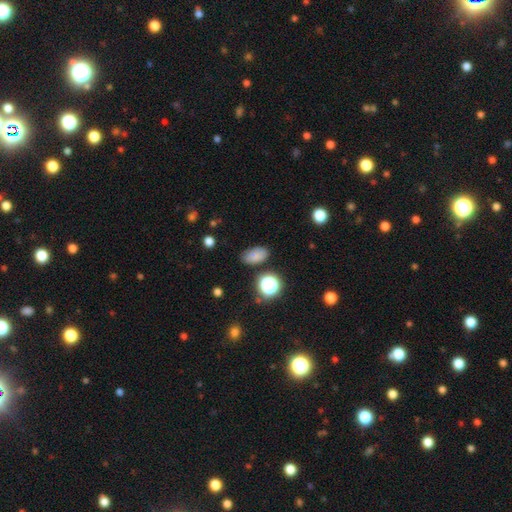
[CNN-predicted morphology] Q: Smooth or featured?
A: smooth (79%); runner-up: star or artifact (14%)
Q: How rounded?
A: in between (87%); runner-up: round (11%)
Q: Merging?
A: none (79%); runner-up: minor disturbance (14%)